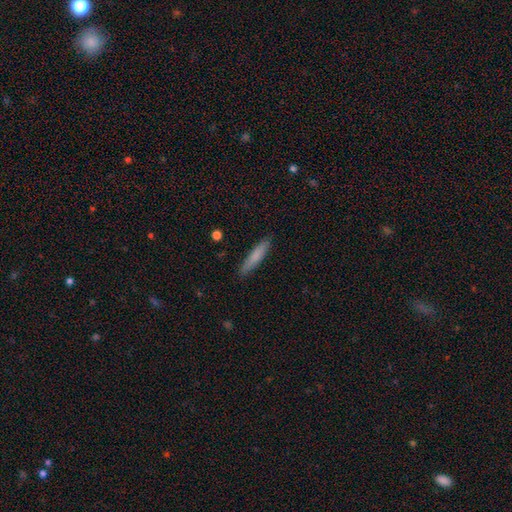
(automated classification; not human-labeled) Overall: smooth (77%). How rounded: cigar-shaped (89%). Merging: none (89%).